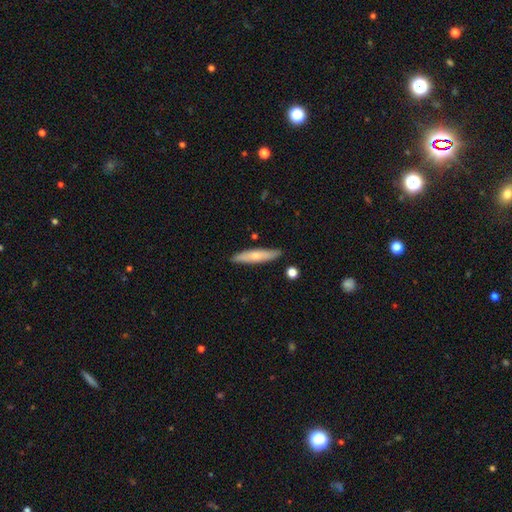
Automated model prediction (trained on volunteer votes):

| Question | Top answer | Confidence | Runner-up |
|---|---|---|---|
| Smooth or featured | smooth | 59% | featured or disk (35%) |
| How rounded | cigar-shaped | 84% | in between (15%) |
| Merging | none | 86% | minor disturbance (10%) |